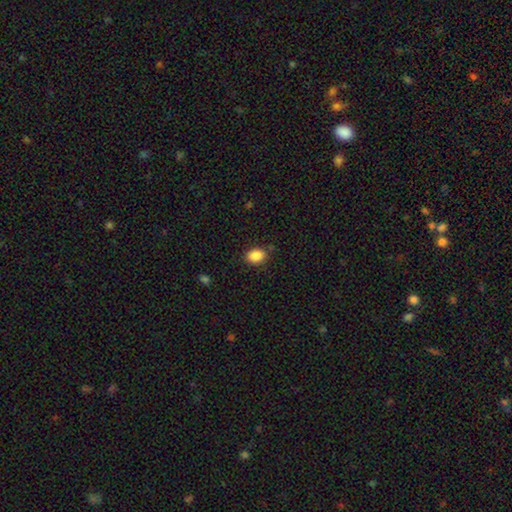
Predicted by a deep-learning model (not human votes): Q: Smooth or featured?
A: smooth (88%); runner-up: star or artifact (9%)
Q: How rounded?
A: in between (75%); runner-up: round (24%)
Q: Merging?
A: none (85%); runner-up: minor disturbance (11%)